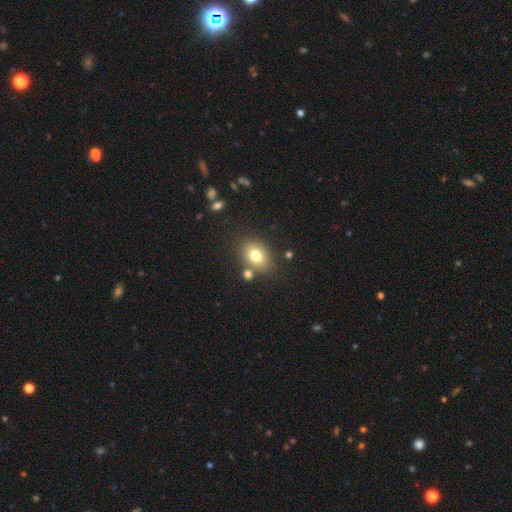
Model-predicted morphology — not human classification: The model was most divided on "how rounded": in between: 68%, round: 31%, cigar-shaped: 1%. More confident: smooth or featured — smooth (77%); merging — none (74%).